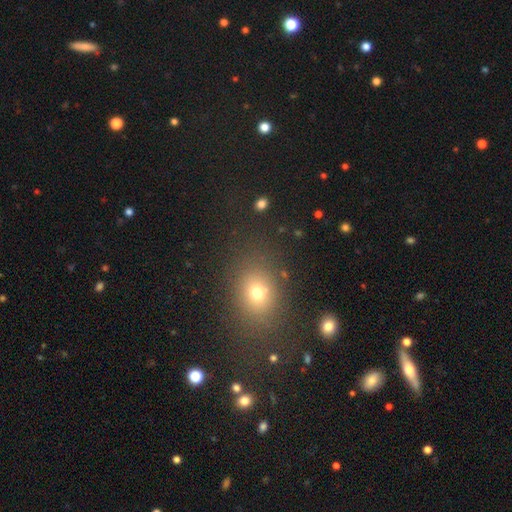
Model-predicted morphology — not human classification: The model was most divided on "how rounded": in between: 54%, round: 44%, cigar-shaped: 2%. More confident: merging — none (86%); smooth or featured — smooth (60%).